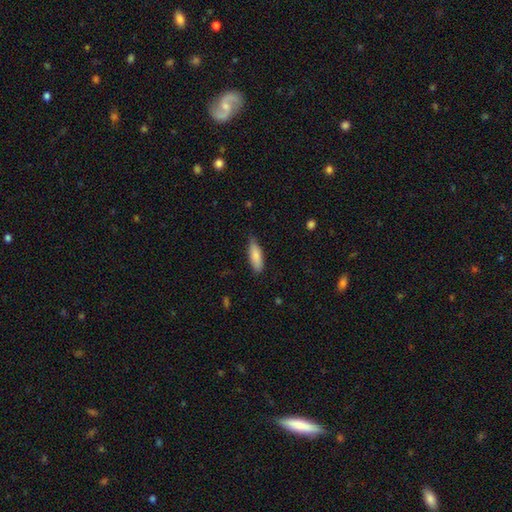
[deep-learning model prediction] Q: Smooth or featured?
A: smooth (84%); runner-up: featured or disk (10%)
Q: How rounded?
A: in between (58%); runner-up: cigar-shaped (40%)
Q: Merging?
A: none (74%); runner-up: minor disturbance (22%)